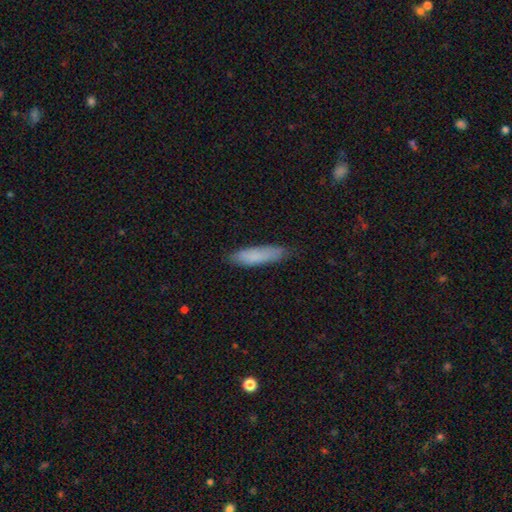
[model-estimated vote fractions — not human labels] This appears to be a smooth galaxy with no disk features (83%) that is cigar-shaped (71%). Merging: none (80%).